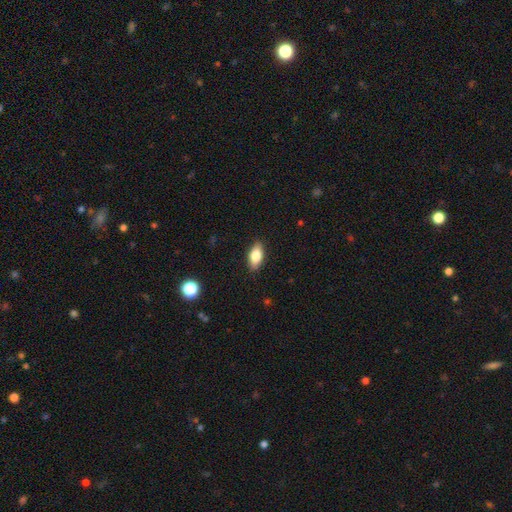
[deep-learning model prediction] Smooth or featured? Predicted: smooth (p=0.80). How rounded? Predicted: in between (p=0.87). Merging? Predicted: none (p=0.88).